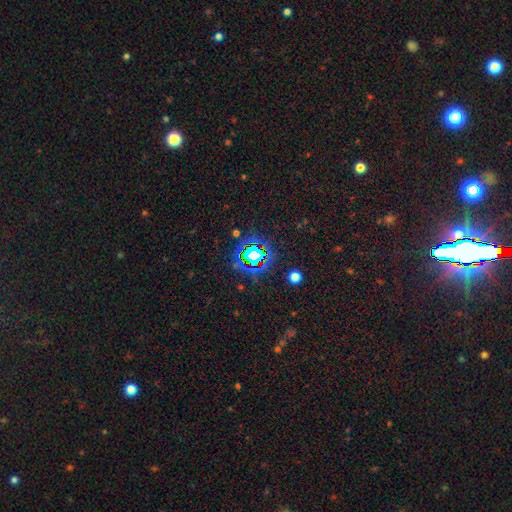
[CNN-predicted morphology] The model was most divided on "smooth or featured": star or artifact: 72%, smooth: 17%, featured or disk: 11%.